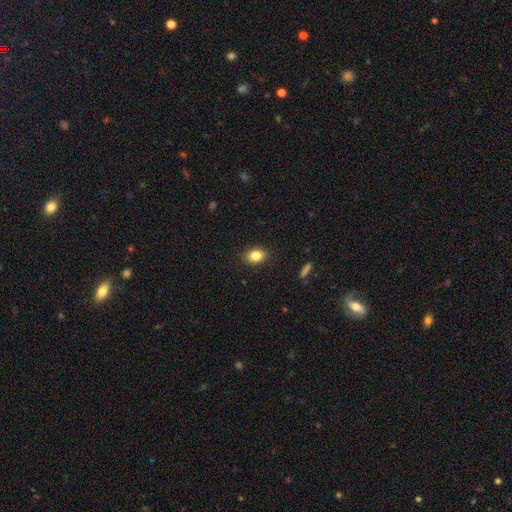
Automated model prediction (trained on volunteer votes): A smooth galaxy with no disk features (83%) that is in between round and cigar-shaped (73%).

Vote fractions:
- Smooth or featured? smooth: 83% / star or artifact: 10% / featured or disk: 7%
- How rounded? in between: 73% / round: 26% / cigar-shaped: 1%
- Merging? none: 88% / minor disturbance: 9% / major disturbance: 2% / merger: 1%